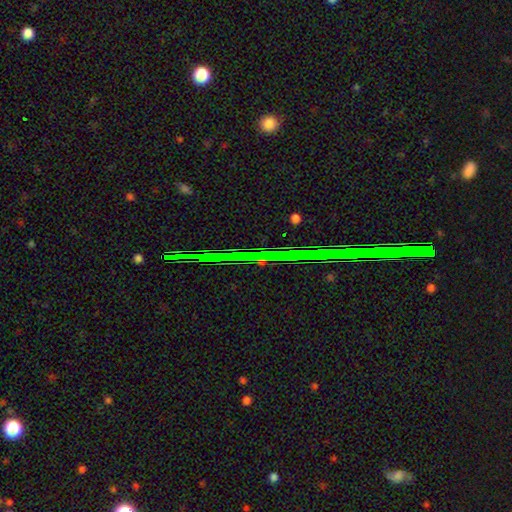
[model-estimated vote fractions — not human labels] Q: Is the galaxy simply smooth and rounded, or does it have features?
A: star or artifact — 77%.